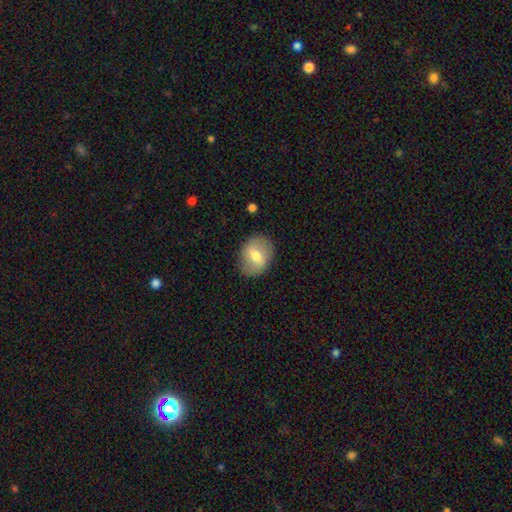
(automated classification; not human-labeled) Smooth or featured?
  - smooth: 58% *
  - featured or disk: 34%
  - star or artifact: 8%
How rounded?
  - in between: 56% *
  - round: 42%
  - cigar-shaped: 1%
Merging?
  - none: 84% *
  - minor disturbance: 12%
  - major disturbance: 4%
  - merger: 1%